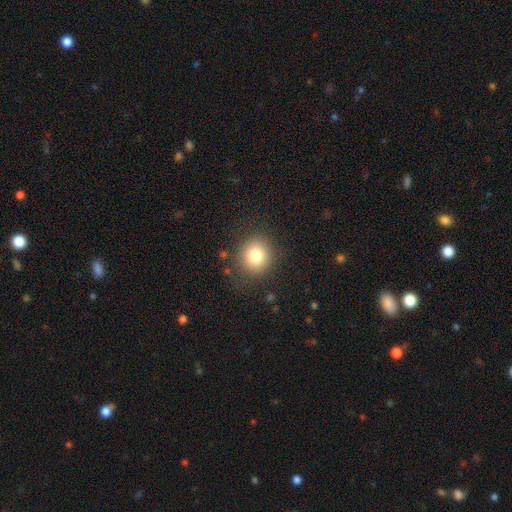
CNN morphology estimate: smooth 80%, star or artifact 11%, featured or disk 9%. Down the decision tree: how rounded — round (86%); merging — none (85%).